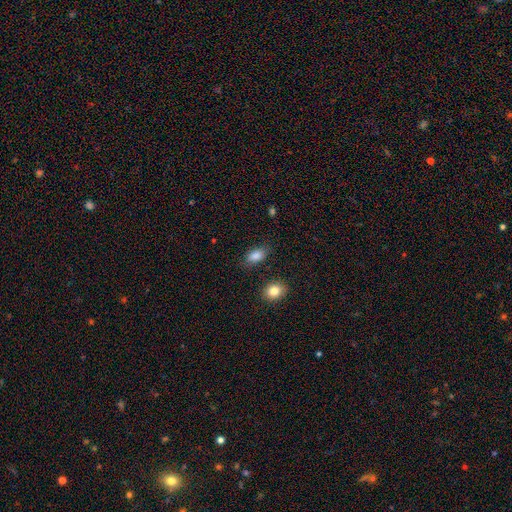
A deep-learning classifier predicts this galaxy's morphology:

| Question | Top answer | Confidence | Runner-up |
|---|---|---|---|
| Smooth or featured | smooth | 87% | star or artifact (8%) |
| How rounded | in between | 90% | round (7%) |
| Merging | none | 81% | minor disturbance (13%) |